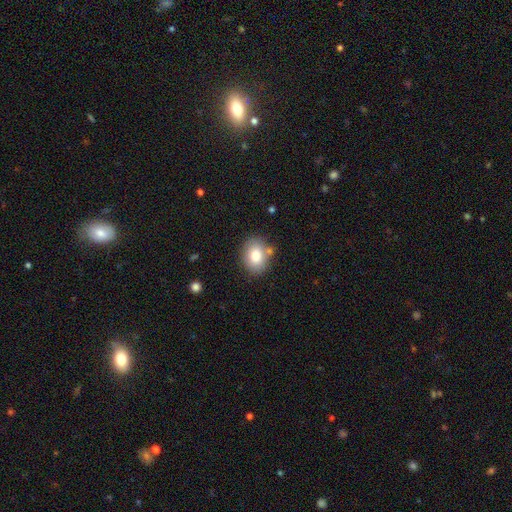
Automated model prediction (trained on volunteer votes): This is clearly a smooth galaxy (80%). How rounded: likely in between (63%). Merging: likely none (77%).